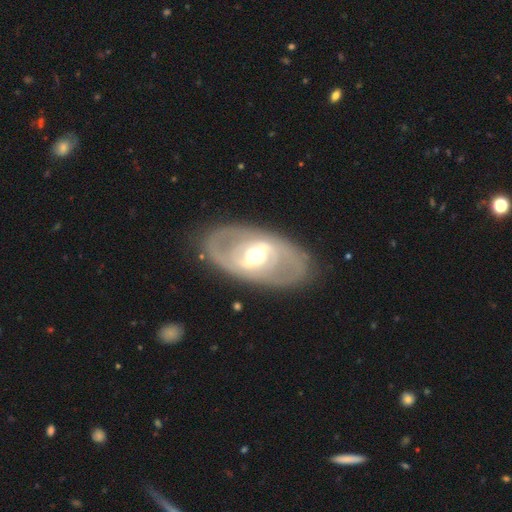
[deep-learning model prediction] smooth-or-featured: featured or disk: 77% | smooth: 18% | star or artifact: 5%
  disk-edge-on: no: 92% | yes: 8%
    bar: strong: 40% | weak: 38% | no: 23%
    has-spiral-arms: yes: 60% | no: 40%
    bulge-size: moderate: 69% | large: 17% | small: 12% | dominant: 1% | none: 1%
  merging: none: 81% | minor disturbance: 12% | major disturbance: 5% | merger: 1%